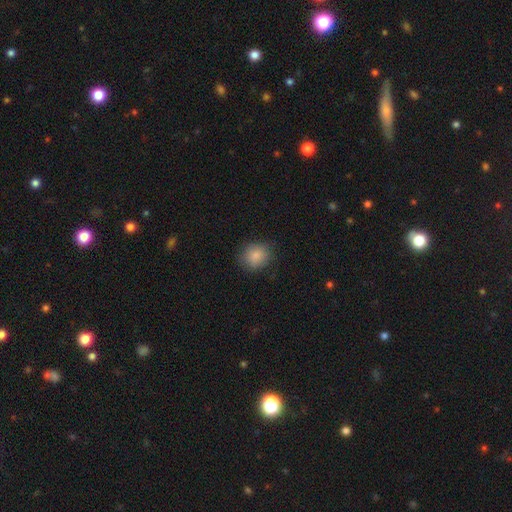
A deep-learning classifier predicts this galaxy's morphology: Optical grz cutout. It shows a smooth galaxy with no disk features (83%) that is round (74%). Merging: none (81%).